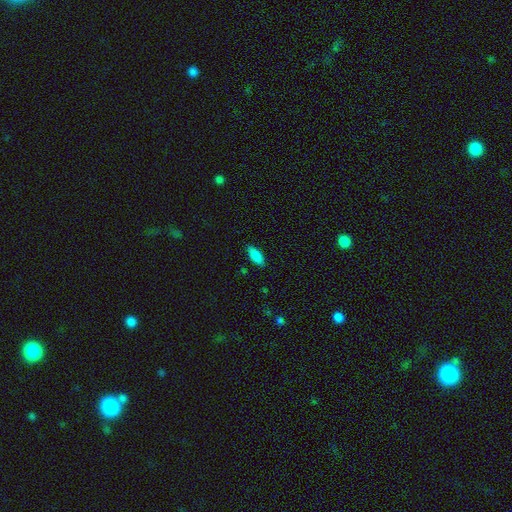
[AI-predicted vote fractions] Smooth or featured: smooth — 87% (star or artifact — 7%)
How rounded: in between — 77% (cigar-shaped — 21%)
Merging: none — 86% (minor disturbance — 11%)